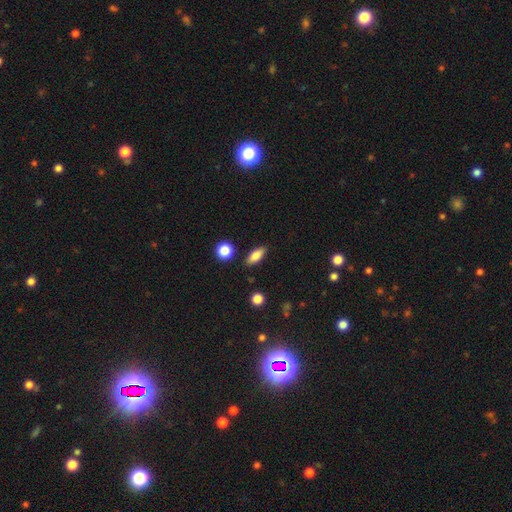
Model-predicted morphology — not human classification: The model was most divided on "how rounded": in between: 72%, cigar-shaped: 23%, round: 5%. More confident: merging — none (87%); smooth or featured — smooth (79%).